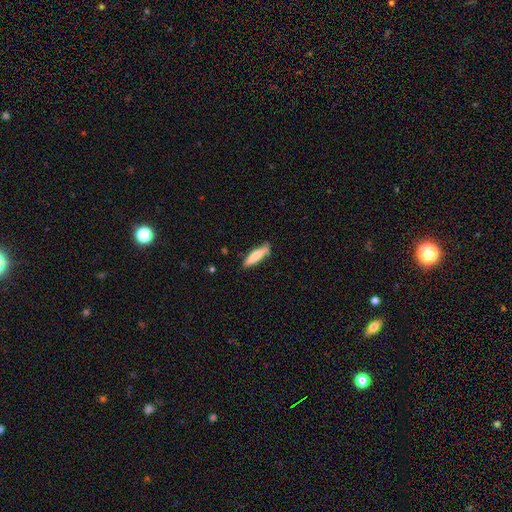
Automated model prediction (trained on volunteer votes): smooth-or-featured: smooth: 74% | featured or disk: 20% | star or artifact: 6%
  how-rounded: cigar-shaped: 74% | in between: 25% | round: 1%
  merging: none: 76% | minor disturbance: 19% | major disturbance: 3% | merger: 2%